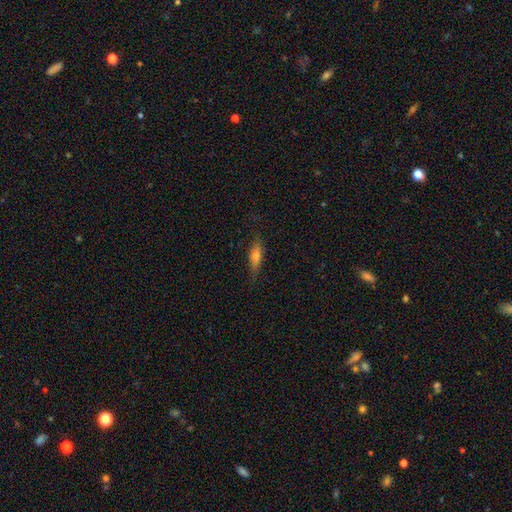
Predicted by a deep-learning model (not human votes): Smooth or featured?
  - smooth: 56% *
  - featured or disk: 36%
  - star or artifact: 9%
How rounded?
  - cigar-shaped: 59% *
  - in between: 37%
  - round: 3%
Merging?
  - none: 79% *
  - minor disturbance: 16%
  - major disturbance: 4%
  - merger: 1%